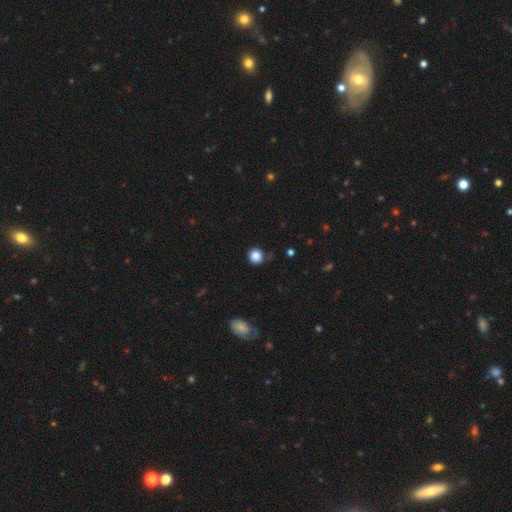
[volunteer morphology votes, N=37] Smooth or featured?
  - smooth: 92% *
  - star or artifact: 5%
  - featured or disk: 3%
How rounded?
  - round: 91% *
  - in between: 9%
  - cigar-shaped: 0%
Merging?
  - none: 89% *
  - minor disturbance: 9%
  - merger: 3%
  - major disturbance: 0%